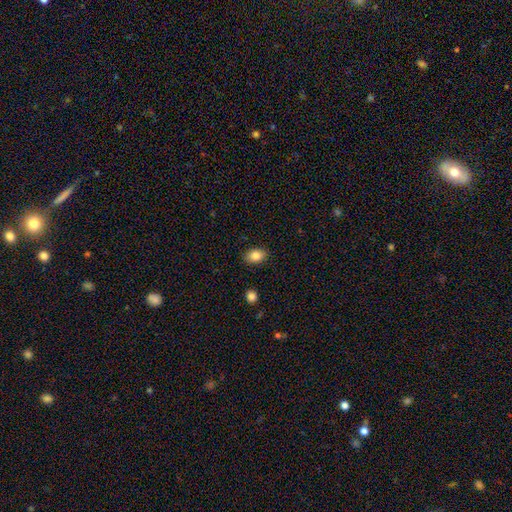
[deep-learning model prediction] Q: Smooth or featured?
A: smooth (85%); runner-up: star or artifact (8%)
Q: How rounded?
A: in between (82%); runner-up: round (17%)
Q: Merging?
A: none (88%); runner-up: minor disturbance (9%)